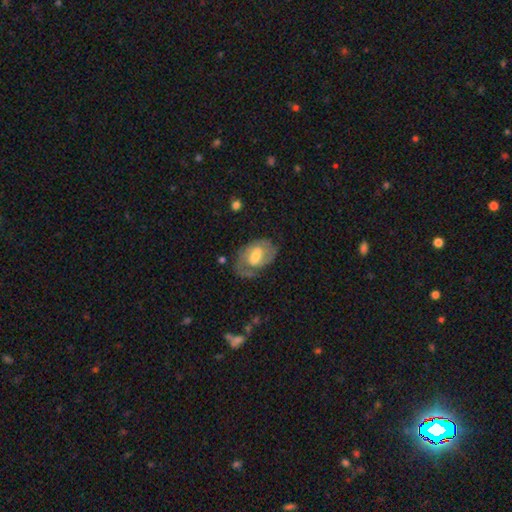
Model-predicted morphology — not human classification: Smooth or featured? Predicted: featured or disk (p=0.67). Edge-on disk? Predicted: no (p=0.96). Bar? Predicted: weak (p=0.53). Spiral arms? Predicted: yes (p=0.80). Spiral winding? Predicted: medium (p=0.43). Spiral arm count? Predicted: 2 (p=0.58). Bulge size? Predicted: moderate (p=0.56). Merging? Predicted: none (p=0.52).